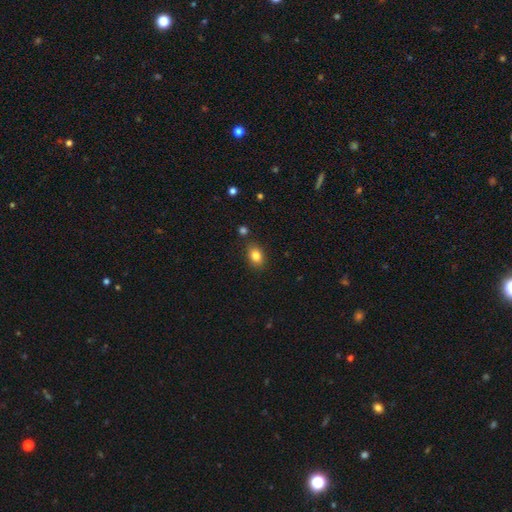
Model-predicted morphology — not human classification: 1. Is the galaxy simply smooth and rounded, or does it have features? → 83% smooth, 9% star or artifact, 7% featured or disk.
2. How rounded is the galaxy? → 77% in between, 22% round, 1% cigar-shaped.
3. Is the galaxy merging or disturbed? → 83% none, 11% minor disturbance, 4% merger, 2% major disturbance.